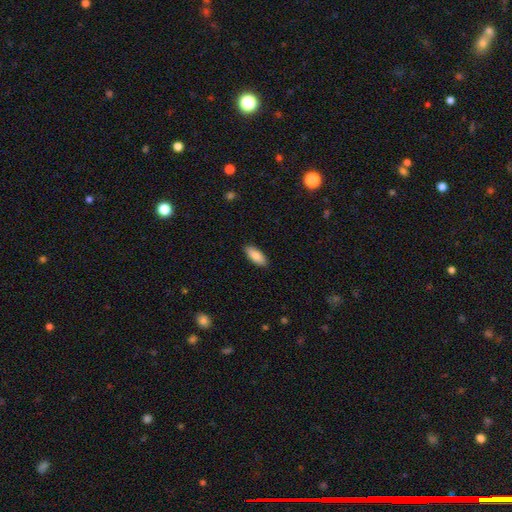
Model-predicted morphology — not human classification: The model was most divided on "how rounded": in between: 82%, cigar-shaped: 17%, round: 2%. More confident: merging — none (89%); smooth or featured — smooth (83%).